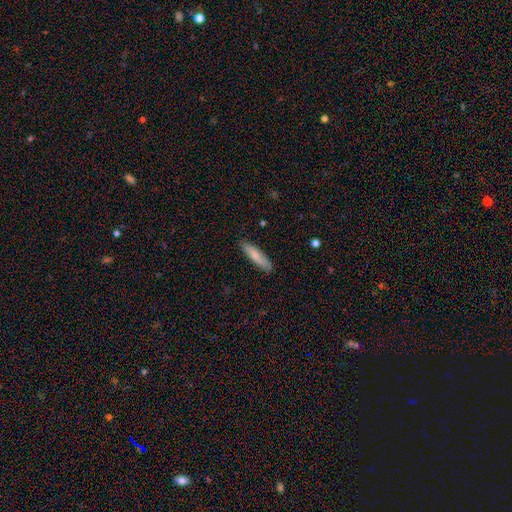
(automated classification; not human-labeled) Q: Smooth or featured?
A: smooth (79%); runner-up: featured or disk (15%)
Q: How rounded?
A: cigar-shaped (80%); runner-up: in between (19%)
Q: Merging?
A: none (86%); runner-up: minor disturbance (11%)